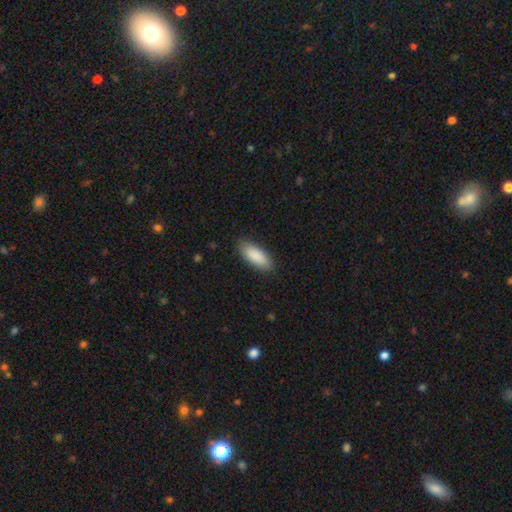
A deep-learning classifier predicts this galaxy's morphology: type=smooth (89%); roundness=in between (76%); merging=none (87%).